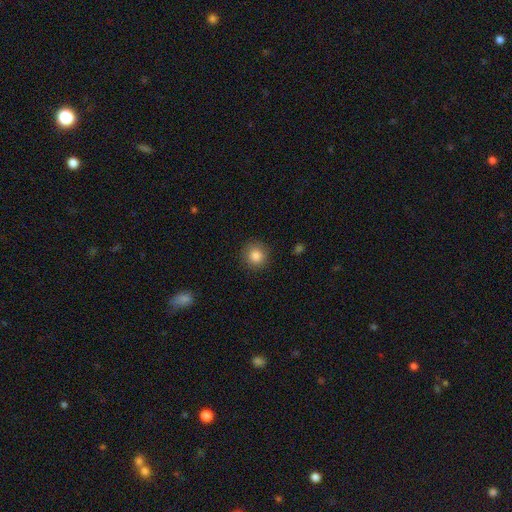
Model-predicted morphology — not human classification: Overall: smooth (84%). How rounded: round (93%). Merging: none (89%).